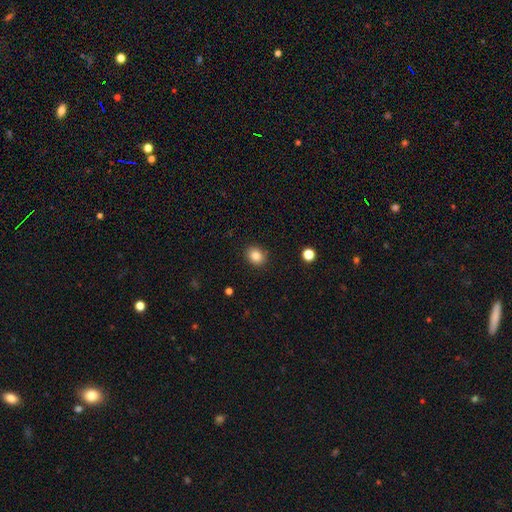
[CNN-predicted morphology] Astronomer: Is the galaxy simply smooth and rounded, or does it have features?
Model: smooth — 85%.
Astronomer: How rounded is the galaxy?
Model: round — 63%.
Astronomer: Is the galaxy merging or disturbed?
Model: none — 89%.